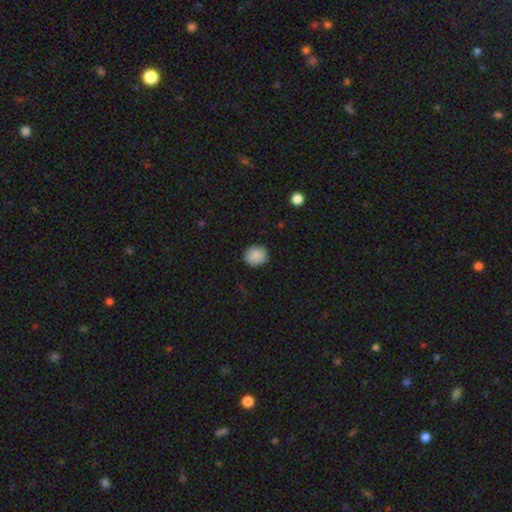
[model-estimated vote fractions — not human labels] Smooth or featured? Predicted: smooth (p=0.89). How rounded? Predicted: round (p=0.75). Merging? Predicted: none (p=0.88).